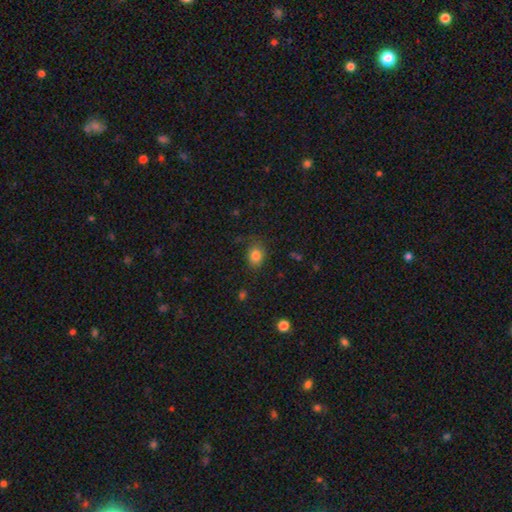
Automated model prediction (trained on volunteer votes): Morphology: type=smooth (82%); roundness=in between (52%); merging=none (75%).